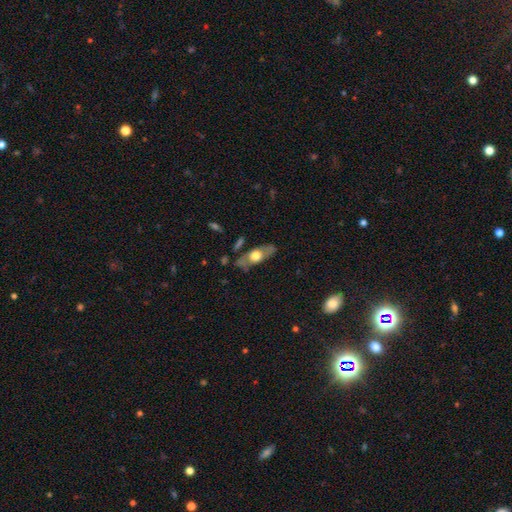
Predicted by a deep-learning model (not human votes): This appears to be a featured or disk galaxy (51%). Merging: none (73%).